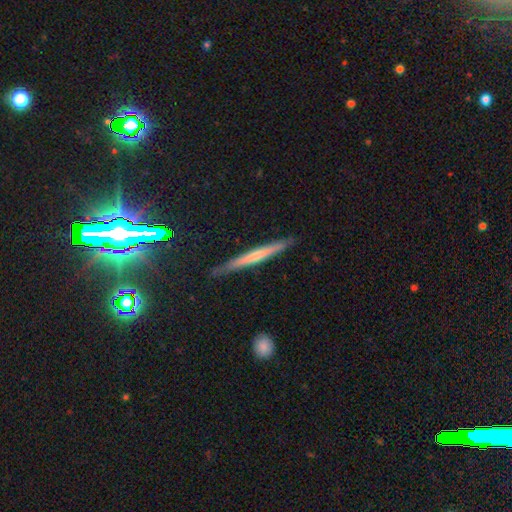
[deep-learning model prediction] Smooth or featured: featured or disk — 58% (smooth — 25%)
Edge-on disk: yes — 95% (no — 5%)
Edge-on bulge: rounded — 54% (none — 37%)
Merging: none — 87% (minor disturbance — 10%)